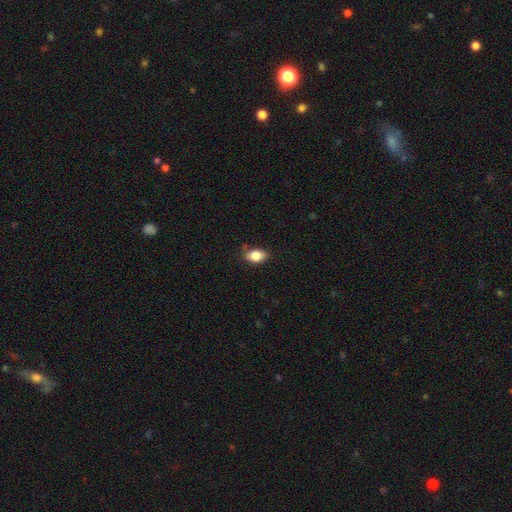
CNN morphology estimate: Smooth or featured? Predicted: smooth (p=0.82). How rounded? Predicted: in between (p=0.83). Merging? Predicted: none (p=0.71).